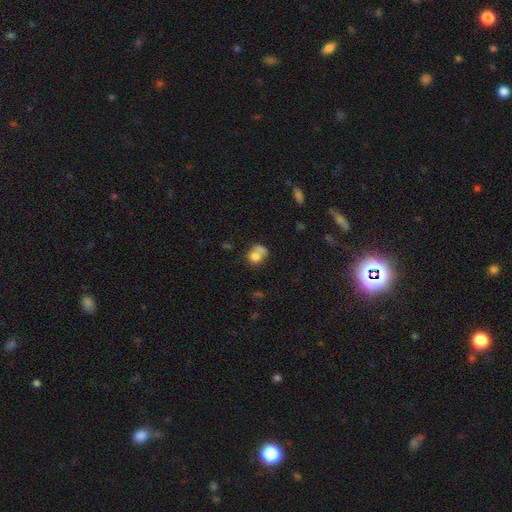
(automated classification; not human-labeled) Smooth or featured?
  - smooth: 73% *
  - featured or disk: 17%
  - star or artifact: 11%
How rounded?
  - round: 64% *
  - in between: 35%
  - cigar-shaped: 1%
Merging?
  - merger: 50% *
  - none: 30%
  - minor disturbance: 11%
  - major disturbance: 9%